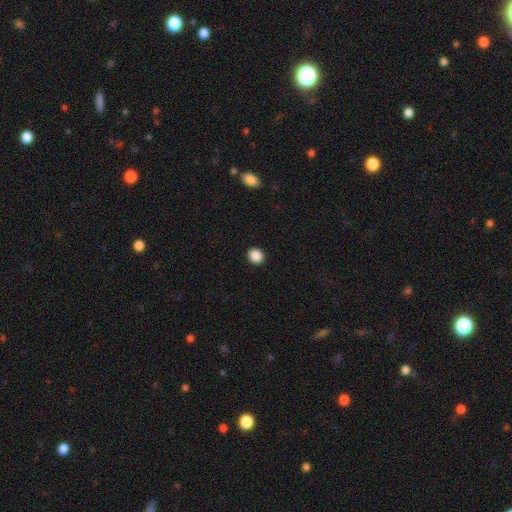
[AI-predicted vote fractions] Smooth or featured? smooth (88%)
How rounded? round (83%)
Merging? none (93%)